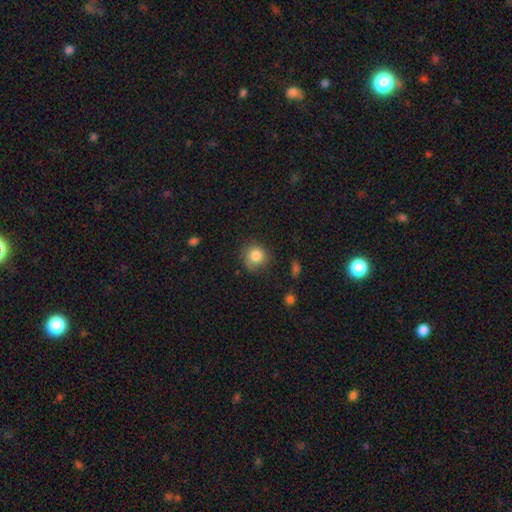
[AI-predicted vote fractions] A smooth galaxy with no disk features (83%) that is round (89%).

Vote fractions:
- Smooth or featured? smooth: 83% / star or artifact: 9% / featured or disk: 7%
- How rounded? round: 89% / in between: 10% / cigar-shaped: 1%
- Merging? none: 75% / minor disturbance: 19% / major disturbance: 5% / merger: 2%